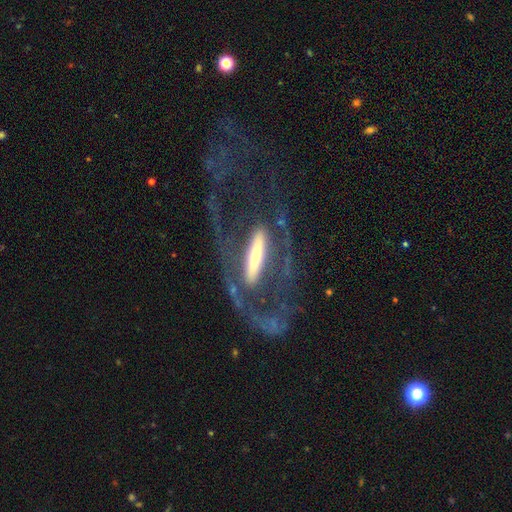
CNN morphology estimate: smooth_or_featured: featured or disk (p=0.78) [alt: smooth p=0.16]
disk_edge_on: no (p=0.68) [alt: yes p=0.32]
bar: strong (p=0.75) [alt: weak p=0.14]
has_spiral_arms: yes (p=0.85) [alt: no p=0.15]
bulge_size: large (p=0.29) [alt: moderate p=0.27]
merging: none (p=0.56) [alt: major disturbance p=0.27]